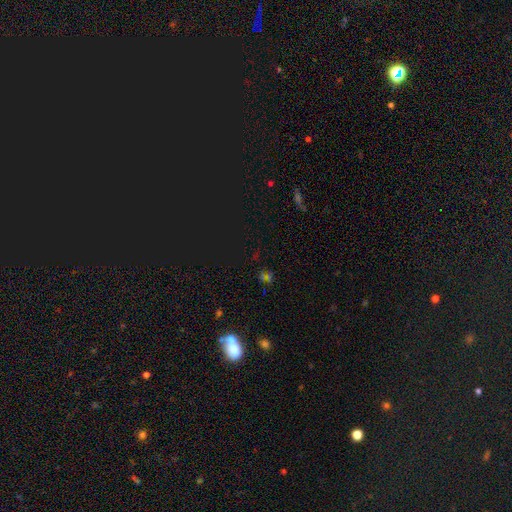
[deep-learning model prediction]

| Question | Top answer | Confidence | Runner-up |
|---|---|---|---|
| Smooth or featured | star or artifact | 62% | smooth (27%) |